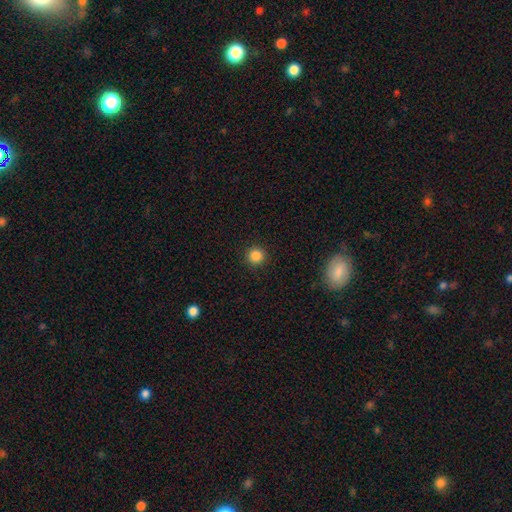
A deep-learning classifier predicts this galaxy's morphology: smooth 85%, star or artifact 11%, featured or disk 3%. Down the decision tree: how rounded — round (94%); merging — none (92%).